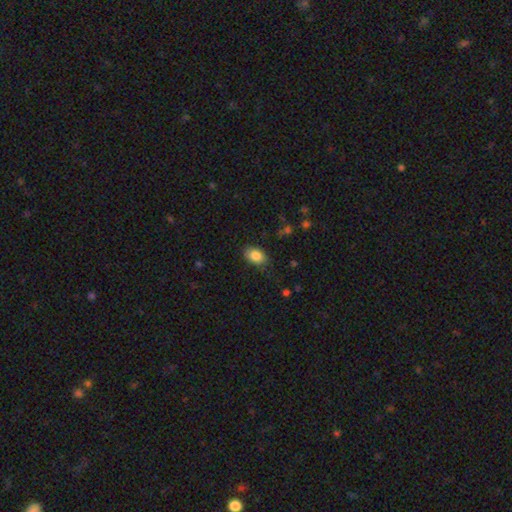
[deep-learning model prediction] Smooth or featured?
  - smooth: 86% *
  - star or artifact: 8%
  - featured or disk: 7%
How rounded?
  - in between: 84% *
  - round: 15%
  - cigar-shaped: 1%
Merging?
  - none: 81% *
  - minor disturbance: 14%
  - major disturbance: 3%
  - merger: 1%